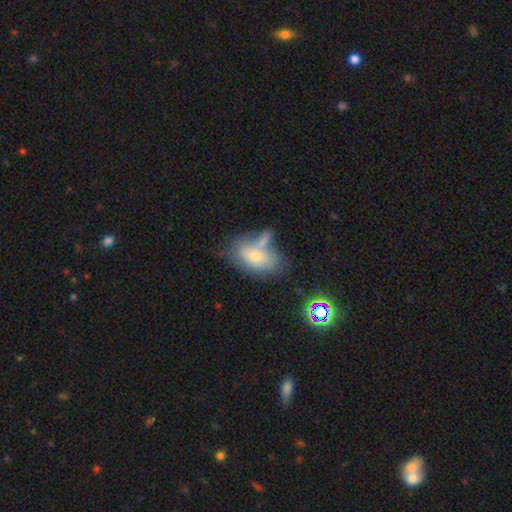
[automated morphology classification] smooth 68%, featured or disk 23%, star or artifact 9%. Down the decision tree: how rounded — in between (88%); merging — none (39%).